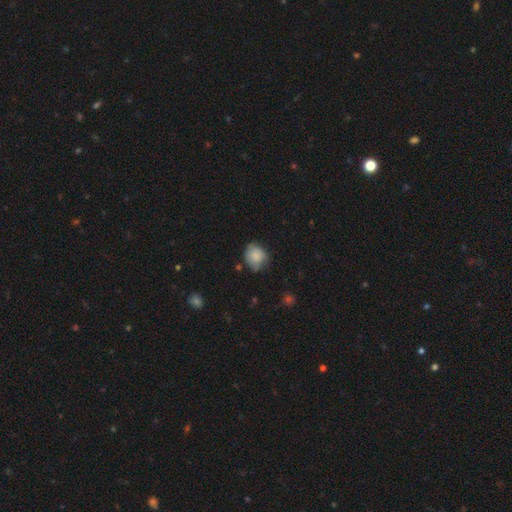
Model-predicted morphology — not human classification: type=smooth (83%); roundness=round (75%); merging=none (64%).